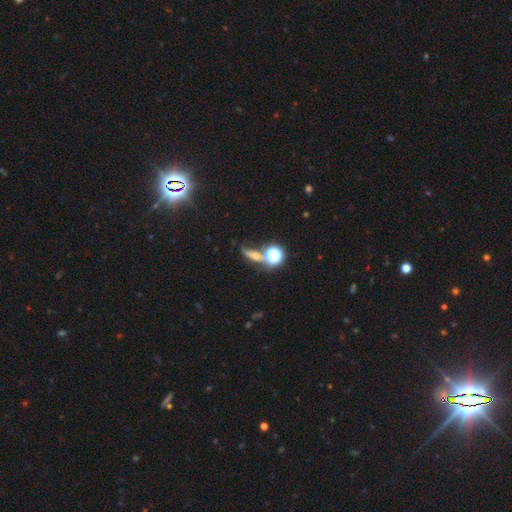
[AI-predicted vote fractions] Smooth or featured? Predicted: smooth (p=0.36). Merging? Predicted: none (p=0.55).